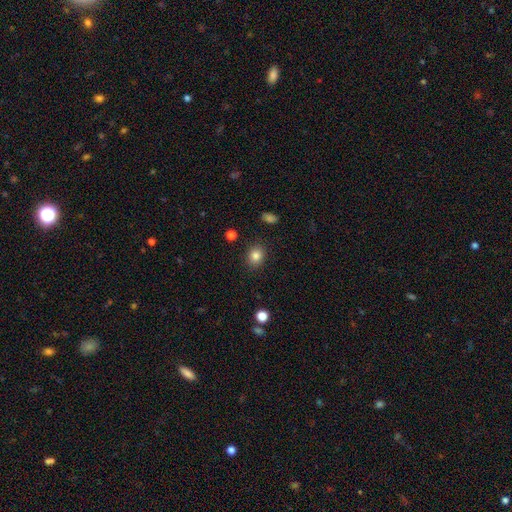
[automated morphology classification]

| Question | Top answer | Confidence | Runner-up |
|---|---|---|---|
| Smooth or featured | smooth | 83% | star or artifact (11%) |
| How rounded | round | 66% | in between (33%) |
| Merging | none | 88% | minor disturbance (8%) |